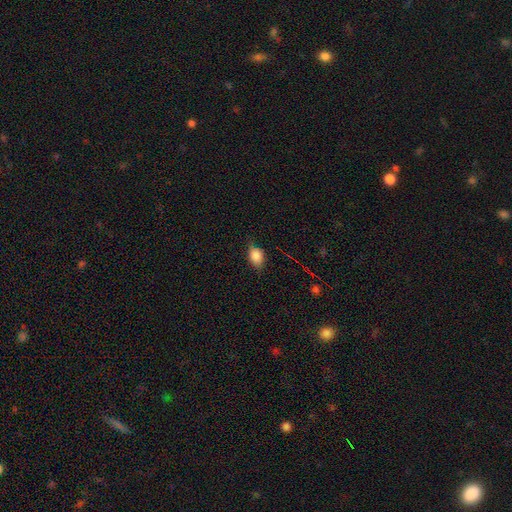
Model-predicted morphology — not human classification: Smooth or featured?
  - smooth: 82% *
  - star or artifact: 10%
  - featured or disk: 8%
How rounded?
  - in between: 70% *
  - round: 28%
  - cigar-shaped: 2%
Merging?
  - none: 64% *
  - minor disturbance: 28%
  - major disturbance: 7%
  - merger: 1%